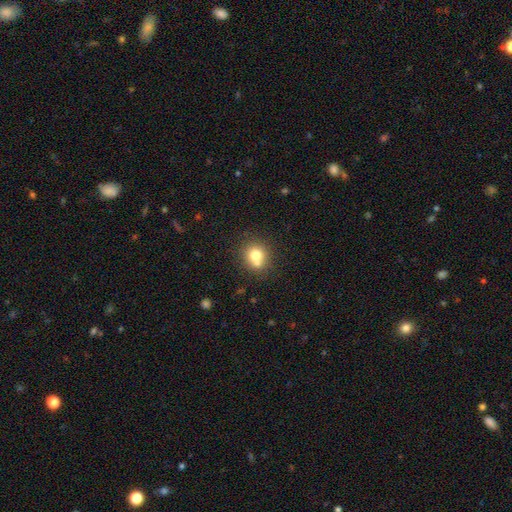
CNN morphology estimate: Overall: smooth (73%). How rounded: round (80%). Merging: none (55%; merger 30%).